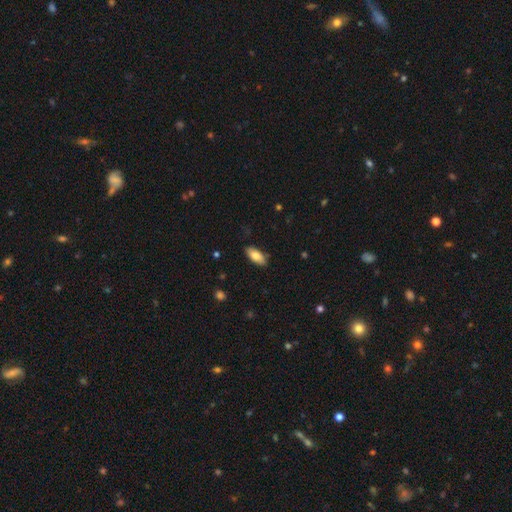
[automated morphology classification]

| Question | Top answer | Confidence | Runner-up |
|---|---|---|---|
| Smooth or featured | smooth | 80% | featured or disk (13%) |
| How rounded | in between | 87% | cigar-shaped (11%) |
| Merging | none | 85% | minor disturbance (12%) |